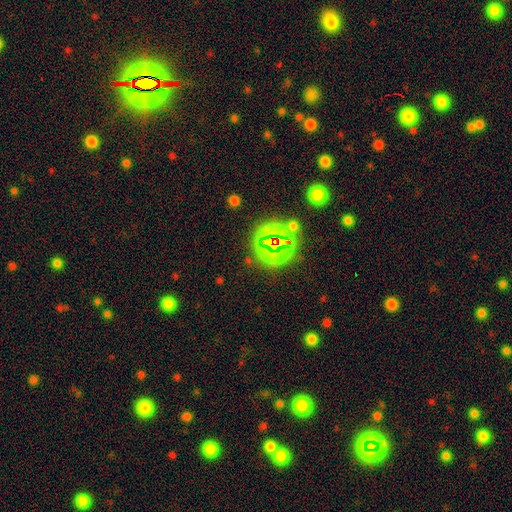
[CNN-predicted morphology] Smooth or featured? Predicted: star or artifact (p=0.72).